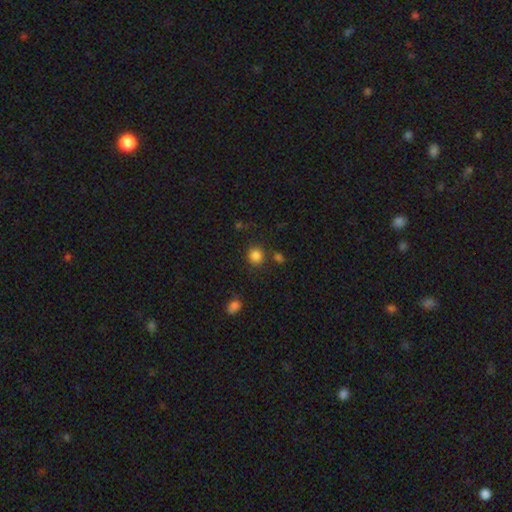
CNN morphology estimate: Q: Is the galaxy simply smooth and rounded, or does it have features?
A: smooth — 83%.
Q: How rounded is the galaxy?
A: round — 88%.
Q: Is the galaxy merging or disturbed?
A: none — 81%.